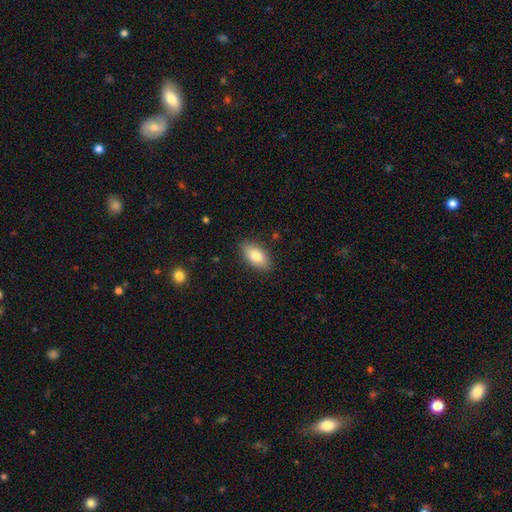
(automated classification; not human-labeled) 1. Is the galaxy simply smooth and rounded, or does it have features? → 81% smooth, 12% featured or disk, 7% star or artifact.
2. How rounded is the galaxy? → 90% in between, 7% cigar-shaped, 3% round.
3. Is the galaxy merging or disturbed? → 87% none, 9% minor disturbance, 2% major disturbance, 1% merger.